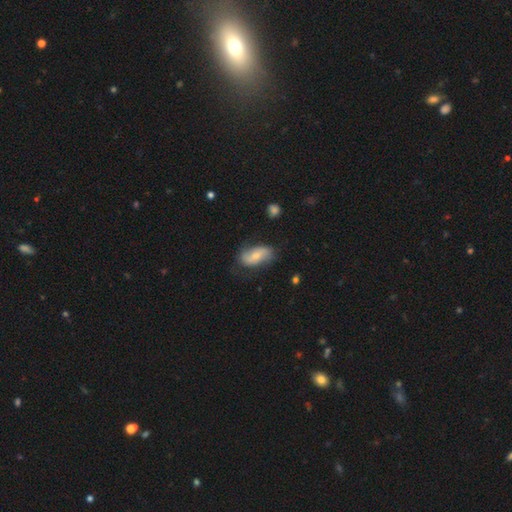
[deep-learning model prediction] Q: Smooth or featured?
A: smooth (49%); runner-up: featured or disk (44%)
Q: Merging?
A: none (65%); runner-up: minor disturbance (25%)